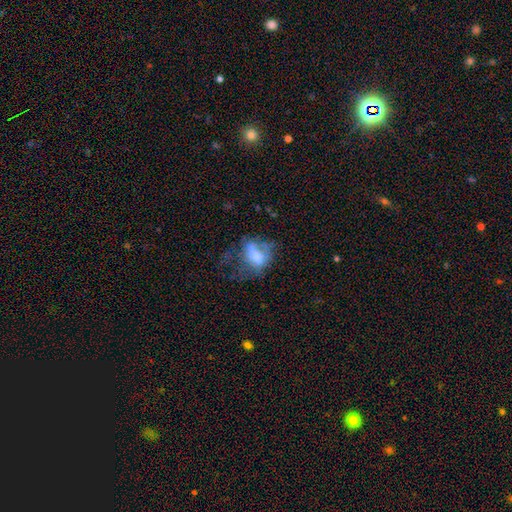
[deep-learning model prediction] smooth 53%, featured or disk 36%, star or artifact 12%. Down the decision tree: how rounded — in between (68%); merging — major disturbance (41%).